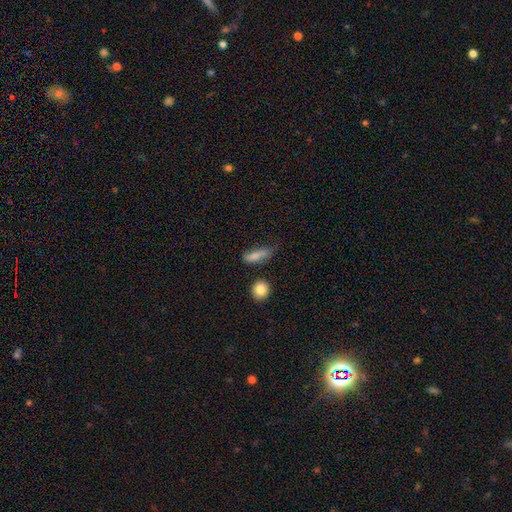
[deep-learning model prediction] A smooth galaxy with no disk features (79%) that is in between round and cigar-shaped (49%). Merging: none (45%).